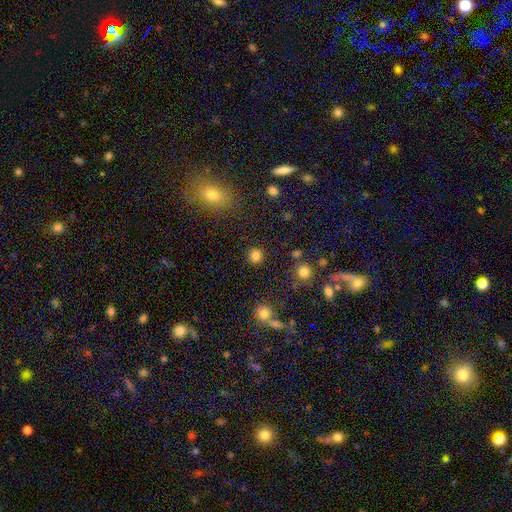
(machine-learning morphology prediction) This appears to be a smooth galaxy with no disk features (83%) that is round (90%). Merging: none (88%).